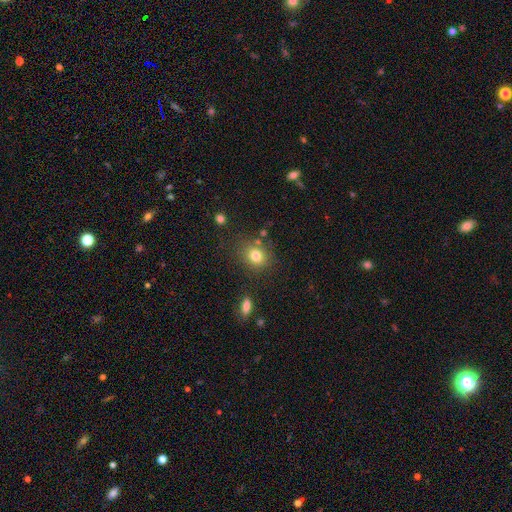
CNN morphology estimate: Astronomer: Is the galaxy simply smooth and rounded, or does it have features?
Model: smooth — 79%.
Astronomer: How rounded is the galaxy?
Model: round — 65%.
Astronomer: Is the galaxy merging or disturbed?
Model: none — 77%.